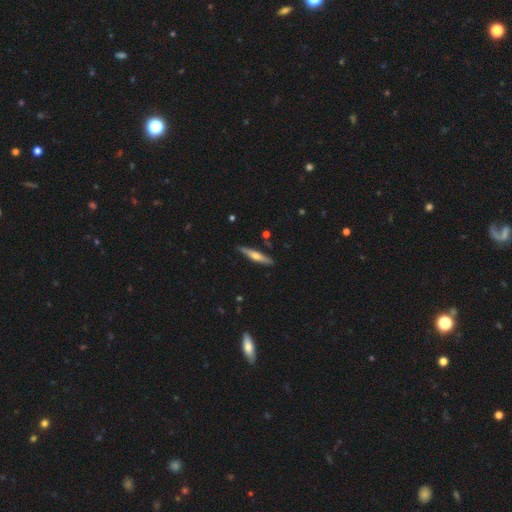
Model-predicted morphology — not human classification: featured or disk 54%, smooth 40%, star or artifact 6%. Down the decision tree: edge-on disk — yes (95%); edge-on bulge — rounded (84%); merging — none (87%).